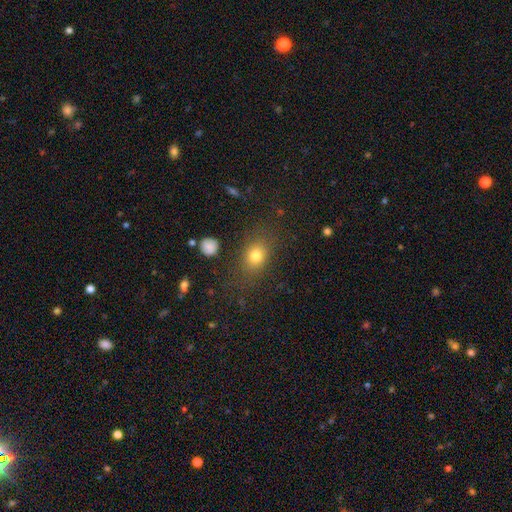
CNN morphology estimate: Overall: smooth (77%). How rounded: in between (57%; round 41%). Merging: none (77%).